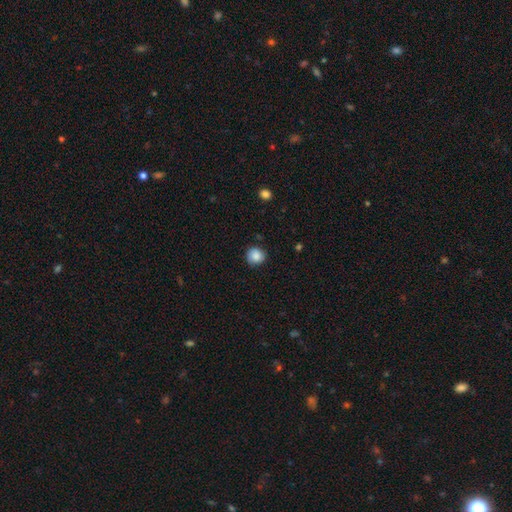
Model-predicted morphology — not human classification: A smooth galaxy with no disk features (84%) that is round (89%). Merging: none (81%).